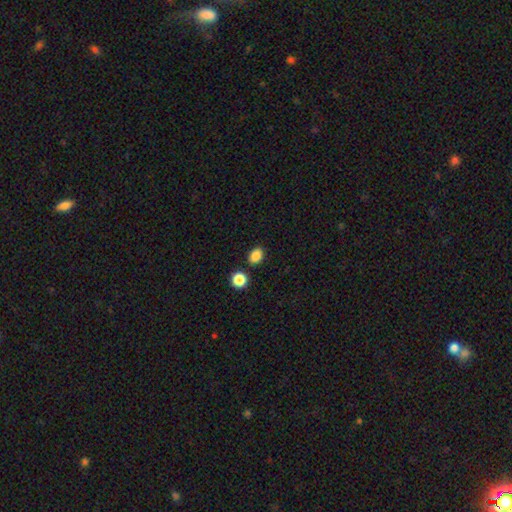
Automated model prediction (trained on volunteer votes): Overall: smooth (85%). How rounded: in between (66%; round 33%). Merging: none (84%).